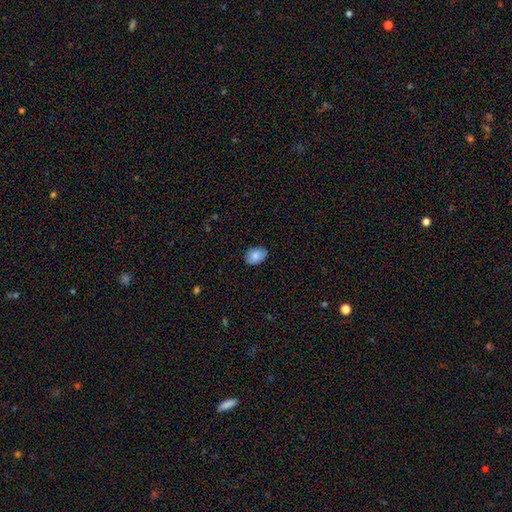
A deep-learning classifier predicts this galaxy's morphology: smooth-or-featured: smooth: 83% | featured or disk: 10% | star or artifact: 7%
  how-rounded: in between: 77% | round: 22% | cigar-shaped: 1%
  merging: none: 83% | minor disturbance: 14% | major disturbance: 2% | merger: 1%